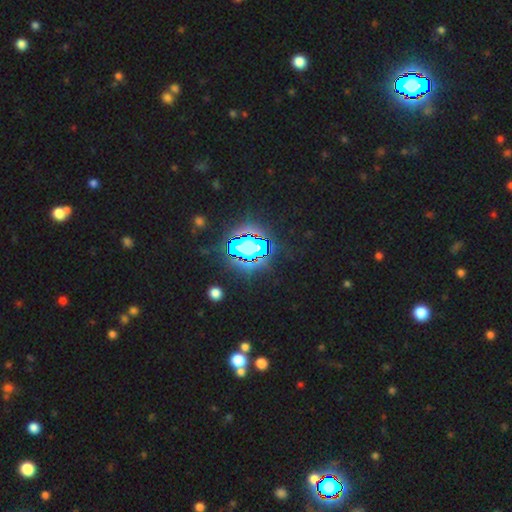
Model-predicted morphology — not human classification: smooth_or_featured: star or artifact (p=0.68) [alt: smooth p=0.18]